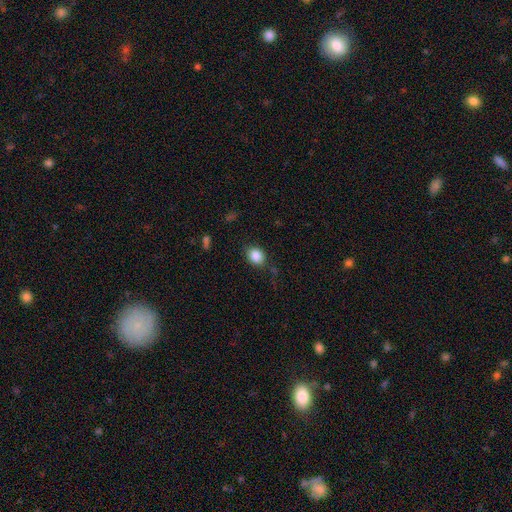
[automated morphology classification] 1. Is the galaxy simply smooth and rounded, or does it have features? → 86% smooth, 9% star or artifact, 5% featured or disk.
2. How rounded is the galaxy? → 50% round, 49% in between, 1% cigar-shaped.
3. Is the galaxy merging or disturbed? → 80% none, 14% minor disturbance, 4% major disturbance, 2% merger.